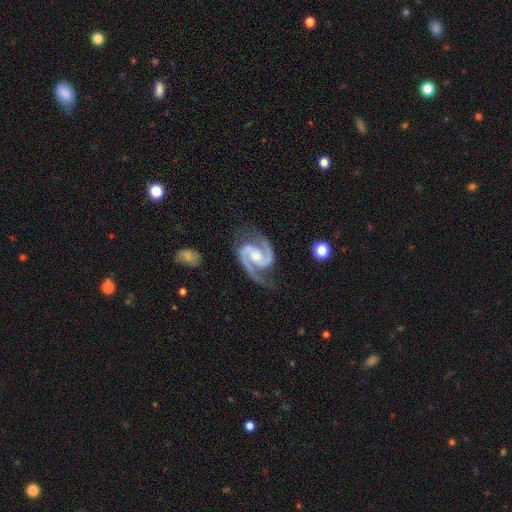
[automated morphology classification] Smooth or featured?
  - featured or disk: 94% *
  - star or artifact: 3%
  - smooth: 2%
Edge-on disk?
  - no: 98% *
  - yes: 2%
Bar?
  - no: 42% *
  - weak: 41%
  - strong: 18%
Spiral arms?
  - yes: 99% *
  - no: 1%
Spiral winding?
  - medium: 61% *
  - tight: 30%
  - loose: 9%
Spiral arm count?
  - 2: 94% *
  - 3: 1%
  - can't tell: 1%
  - 1: 1%
  - 4: 1%
  - more than 4: 1%
Bulge size?
  - moderate: 51% *
  - small: 33%
  - none: 9%
  - large: 6%
  - dominant: 1%
Merging?
  - none: 73% *
  - minor disturbance: 18%
  - major disturbance: 7%
  - merger: 2%